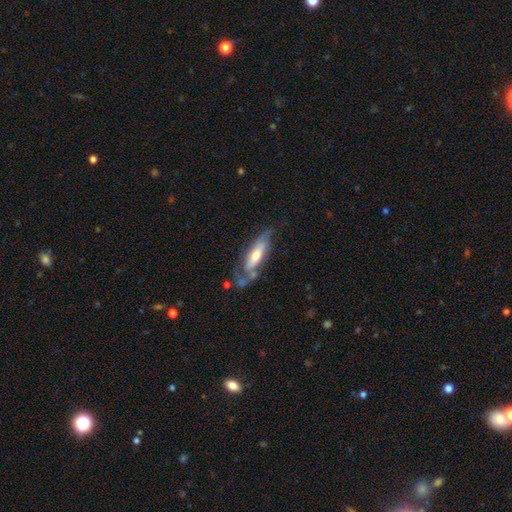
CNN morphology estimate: A featured or disk galaxy (54%). Merging: none (48%).